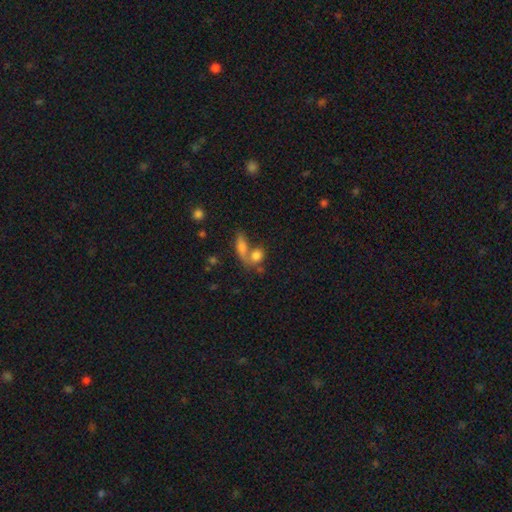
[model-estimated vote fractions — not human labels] Smooth or featured? smooth (77%)
How rounded? in between (57%)
Merging? merger (51%)